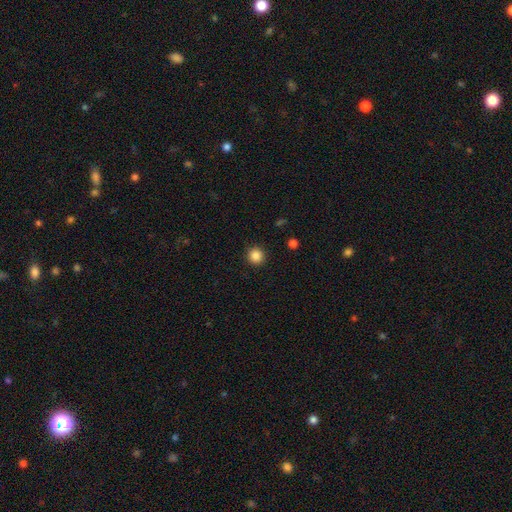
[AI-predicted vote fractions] Smooth or featured: smooth — 86% (star or artifact — 11%)
How rounded: round — 95% (in between — 4%)
Merging: none — 92% (minor disturbance — 5%)